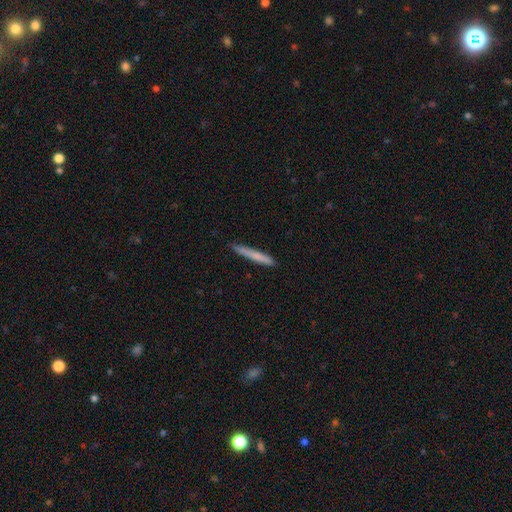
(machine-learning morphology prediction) smooth_or_featured: smooth (p=0.72) [alt: featured or disk p=0.22]
how_rounded: cigar-shaped (p=0.96) [alt: in between p=0.03]
merging: none (p=0.86) [alt: minor disturbance p=0.11]